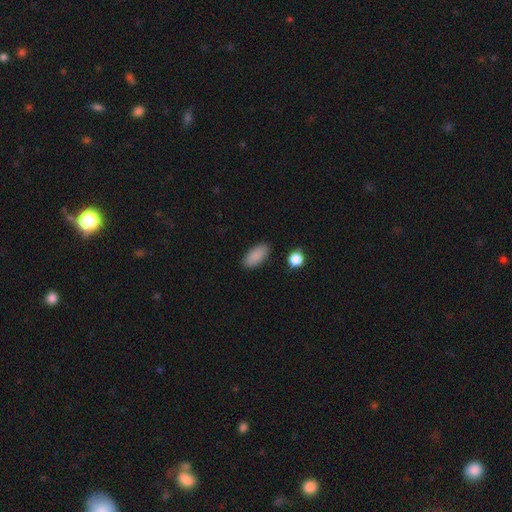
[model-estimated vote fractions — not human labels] smooth_or_featured: smooth (p=0.88) [alt: star or artifact p=0.08]
how_rounded: in between (p=0.87) [alt: cigar-shaped p=0.10]
merging: none (p=0.87) [alt: minor disturbance p=0.09]